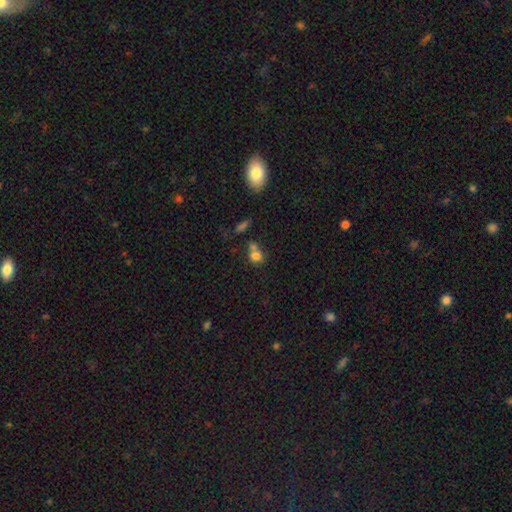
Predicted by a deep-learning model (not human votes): smooth_or_featured: smooth (p=0.77) [alt: star or artifact p=0.12]
how_rounded: round (p=0.63) [alt: in between p=0.35]
merging: merger (p=0.46) [alt: none p=0.37]